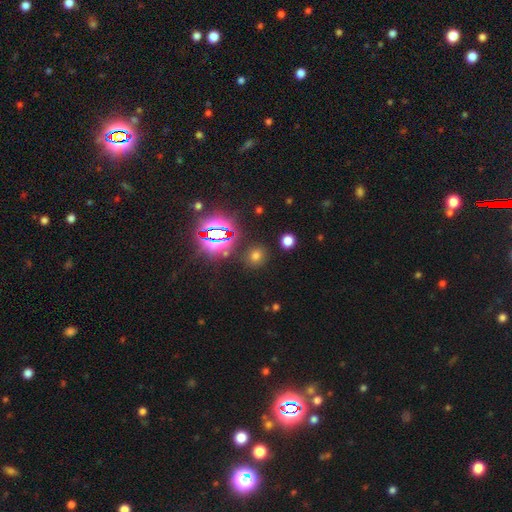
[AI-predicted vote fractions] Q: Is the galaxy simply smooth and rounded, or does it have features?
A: smooth — 62%.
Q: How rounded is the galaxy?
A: round — 79%.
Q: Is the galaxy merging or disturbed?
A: none — 85%.